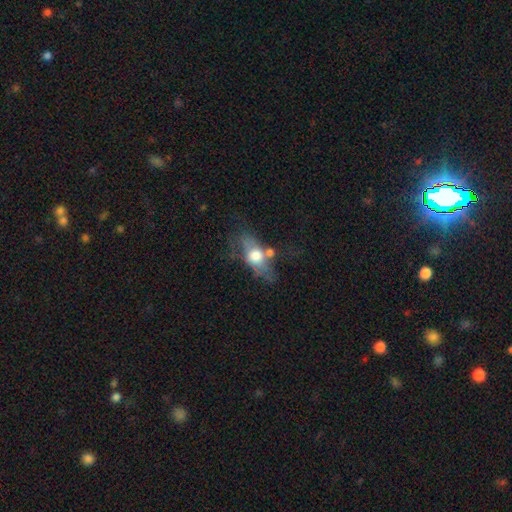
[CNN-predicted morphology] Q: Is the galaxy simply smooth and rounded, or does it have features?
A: smooth — 51%.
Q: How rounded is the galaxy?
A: in between — 70%.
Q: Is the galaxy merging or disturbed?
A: none — 38%.